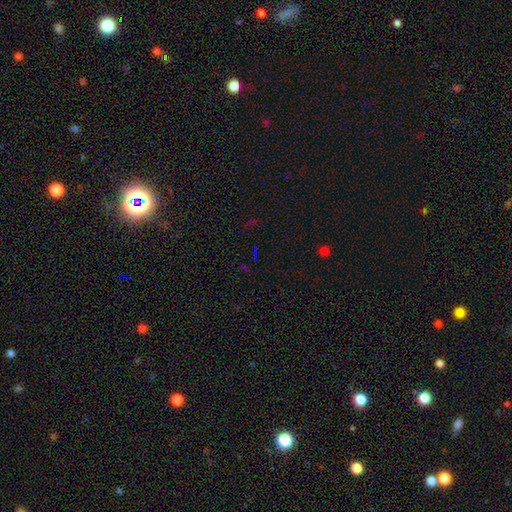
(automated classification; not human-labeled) Smooth or featured?
  - star or artifact: 73% *
  - smooth: 17%
  - featured or disk: 10%